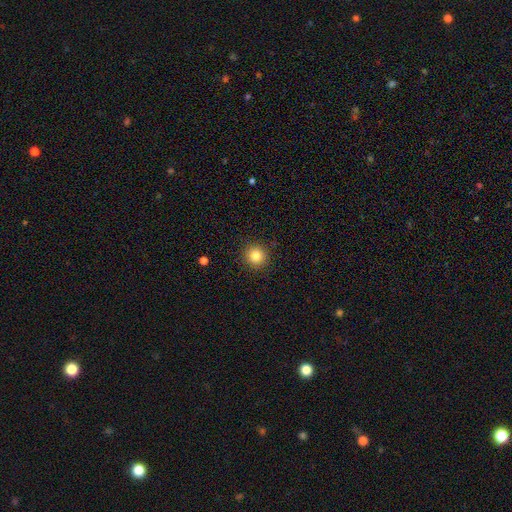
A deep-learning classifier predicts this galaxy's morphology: This is clearly a smooth galaxy (83%). How rounded: clearly round (94%). Merging: clearly none (91%).